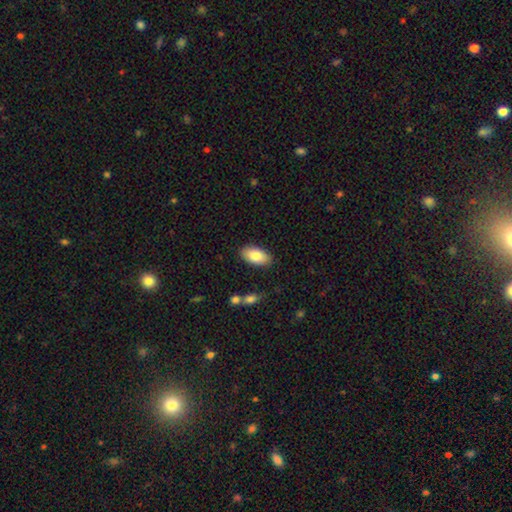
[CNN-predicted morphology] Overall: smooth (80%). How rounded: in between (94%). Merging: none (87%).